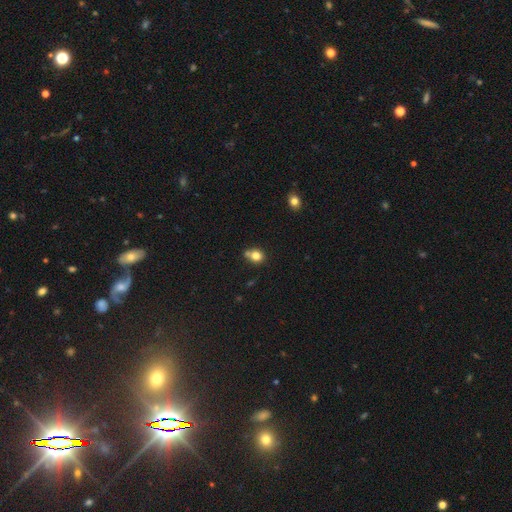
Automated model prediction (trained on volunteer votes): Smooth or featured? Predicted: smooth (p=0.79). How rounded? Predicted: round (p=0.73). Merging? Predicted: none (p=0.55).